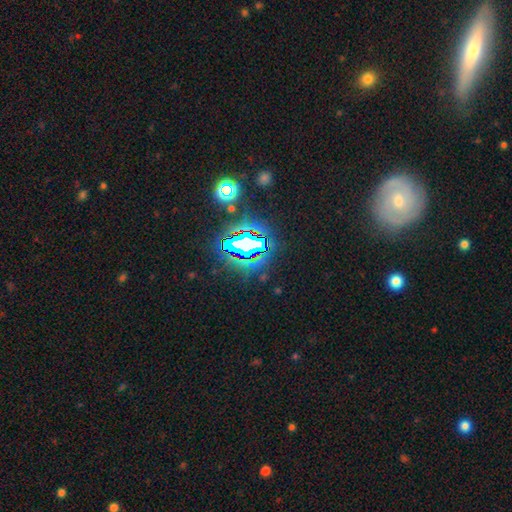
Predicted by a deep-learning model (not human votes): star or artifact 73%, smooth 14%, featured or disk 14%.